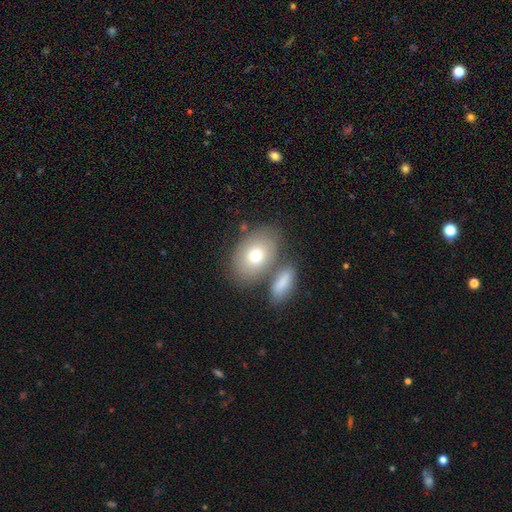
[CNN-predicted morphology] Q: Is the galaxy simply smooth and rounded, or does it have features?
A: smooth — 73%.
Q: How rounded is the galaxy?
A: in between — 76%.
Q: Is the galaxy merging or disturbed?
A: none — 61%.